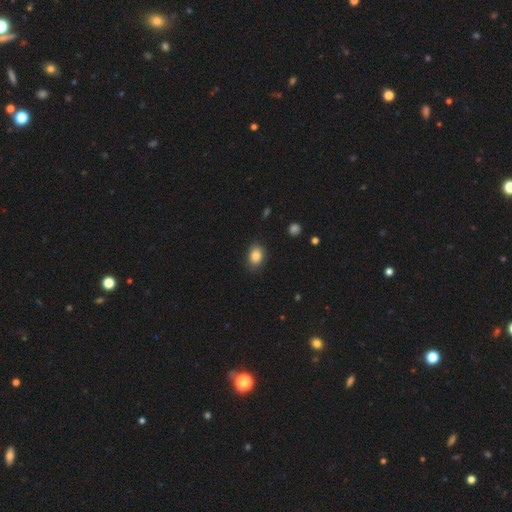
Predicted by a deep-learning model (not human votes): Smooth or featured: smooth — 85% (star or artifact — 9%)
How rounded: in between — 67% (round — 32%)
Merging: none — 82% (minor disturbance — 13%)